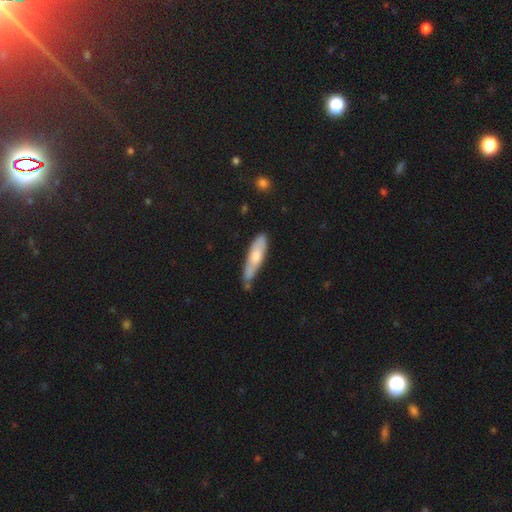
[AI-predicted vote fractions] Q: Smooth or featured?
A: smooth (63%); runner-up: featured or disk (31%)
Q: How rounded?
A: cigar-shaped (75%); runner-up: in between (23%)
Q: Merging?
A: none (58%); runner-up: minor disturbance (30%)